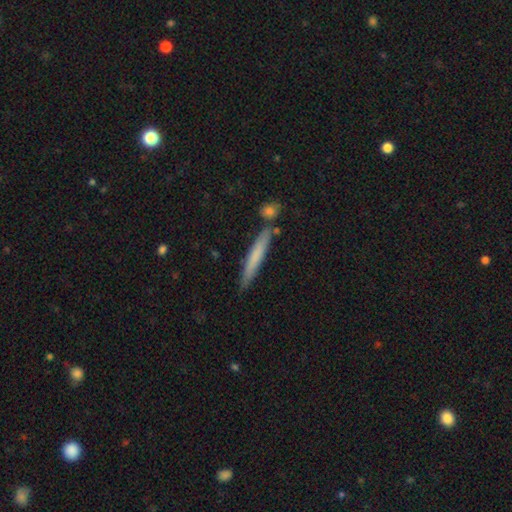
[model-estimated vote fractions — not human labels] Overall: smooth (66%; featured or disk 29%). How rounded: cigar-shaped (95%). Merging: none (79%).